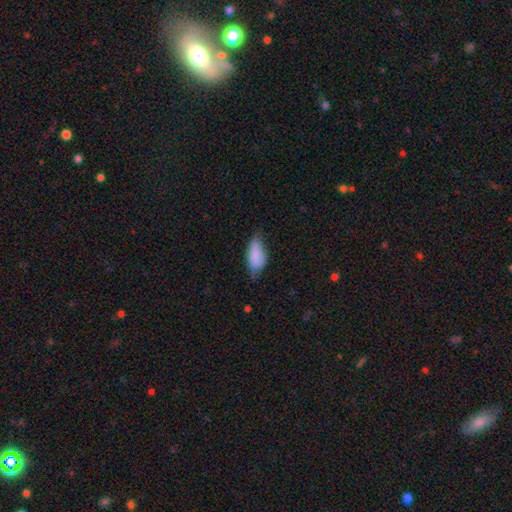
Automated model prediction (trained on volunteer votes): Morphology: type=smooth (82%); roundness=in between (86%); merging=none (48%).